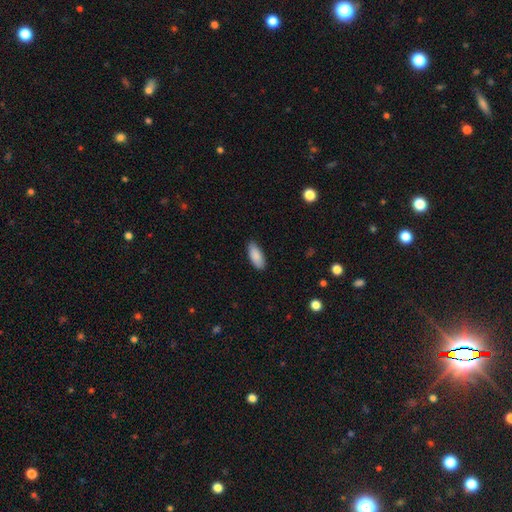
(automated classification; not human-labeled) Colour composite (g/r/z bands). It shows a smooth galaxy with no disk features (89%) that is in between round and cigar-shaped (84%). Merging: none (86%).